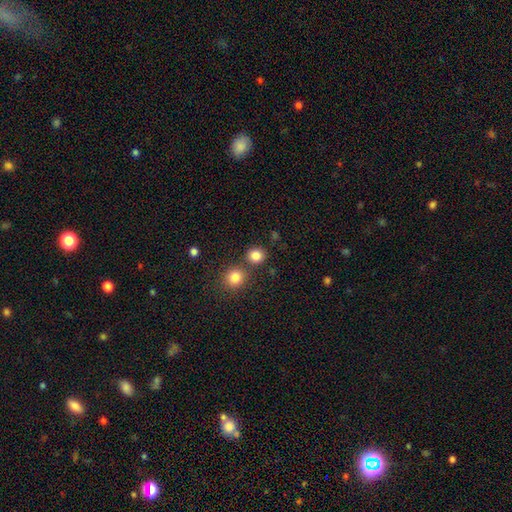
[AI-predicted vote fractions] Q: Smooth or featured?
A: smooth (84%); runner-up: star or artifact (12%)
Q: How rounded?
A: round (86%); runner-up: in between (13%)
Q: Merging?
A: none (77%); runner-up: merger (13%)